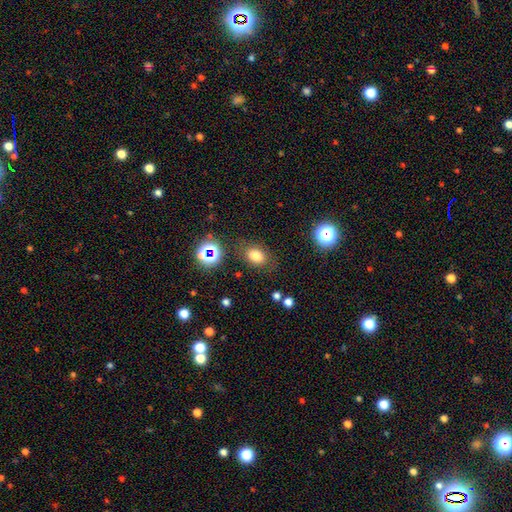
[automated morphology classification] smooth_or_featured: smooth (p=0.75) [alt: star or artifact p=0.16]
how_rounded: in between (p=0.72) [alt: round p=0.26]
merging: none (p=0.79) [alt: minor disturbance p=0.13]